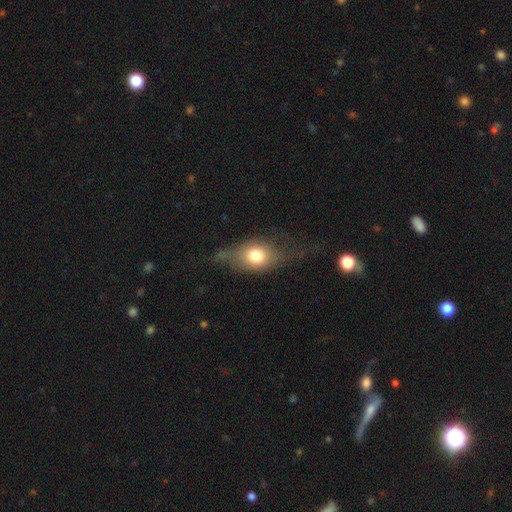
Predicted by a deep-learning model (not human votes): Smooth or featured? Predicted: smooth (p=0.61). How rounded? Predicted: in between (p=0.62). Merging? Predicted: none (p=0.46).